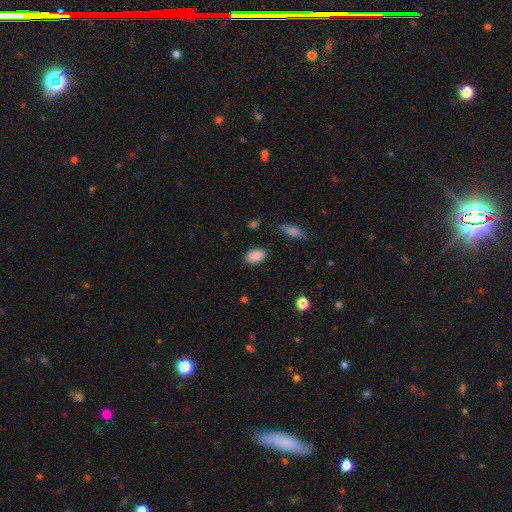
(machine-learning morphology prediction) This appears to be a smooth galaxy with no disk features (88%) that is in between round and cigar-shaped (90%). Merging: none (85%).